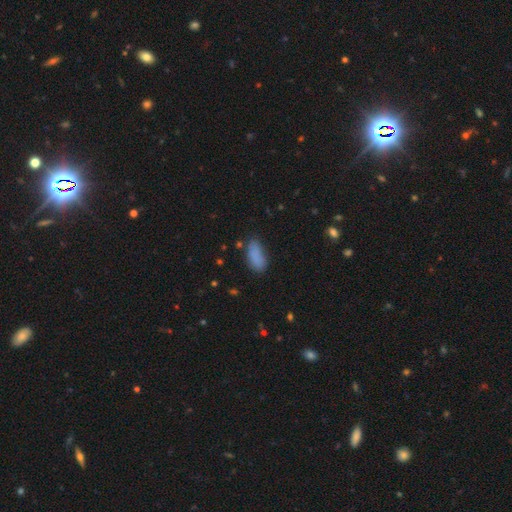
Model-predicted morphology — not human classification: This is clearly a smooth galaxy (84%). How rounded: clearly in between (86%). Merging: likely none (63%).